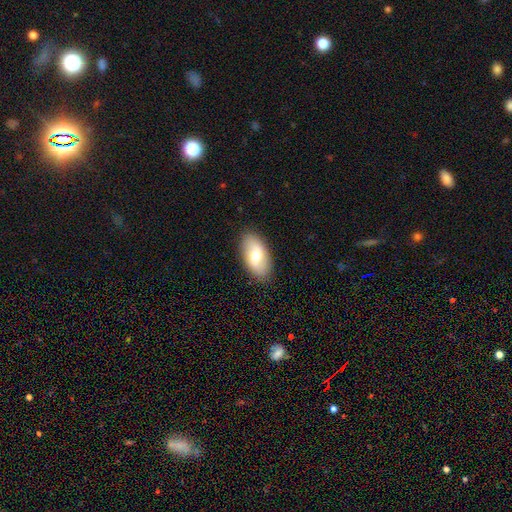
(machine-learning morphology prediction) Smooth or featured? Predicted: smooth (p=0.63). How rounded? Predicted: in between (p=0.93). Merging? Predicted: none (p=0.88).